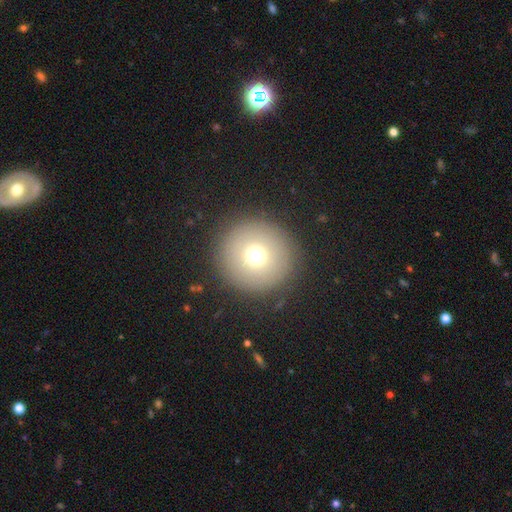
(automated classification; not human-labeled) Q: Smooth or featured?
A: smooth (71%); runner-up: featured or disk (15%)
Q: How rounded?
A: round (96%); runner-up: in between (3%)
Q: Merging?
A: none (90%); runner-up: minor disturbance (6%)